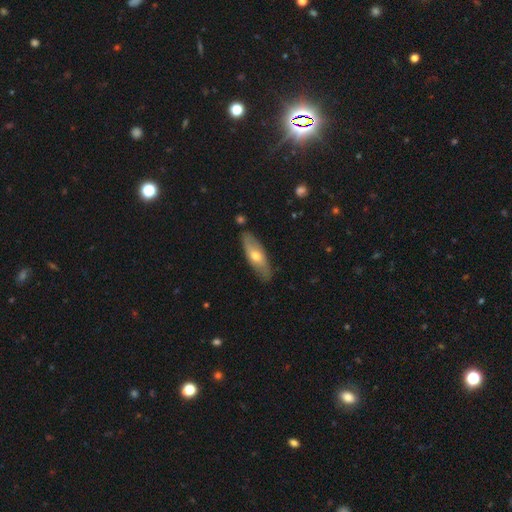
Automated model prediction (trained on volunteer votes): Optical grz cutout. It shows a featured or disk galaxy (48%). Merging: none (84%).